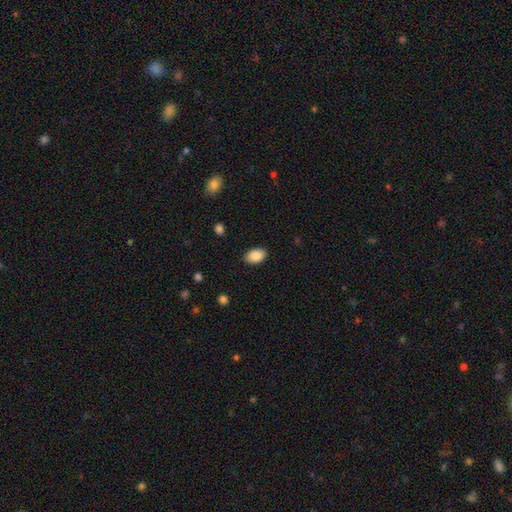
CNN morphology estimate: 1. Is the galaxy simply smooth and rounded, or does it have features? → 89% smooth, 7% star or artifact, 4% featured or disk.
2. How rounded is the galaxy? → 89% in between, 10% round, 1% cigar-shaped.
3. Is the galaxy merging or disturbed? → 88% none, 9% minor disturbance, 2% major disturbance, 1% merger.